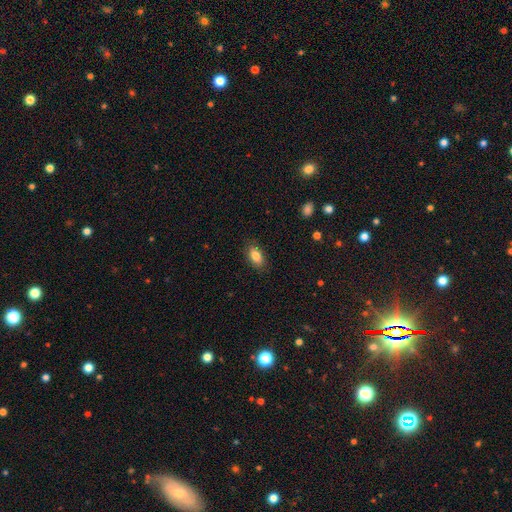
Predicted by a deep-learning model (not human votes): smooth-or-featured: smooth: 84% | featured or disk: 8% | star or artifact: 8%
  how-rounded: in between: 89% | round: 6% | cigar-shaped: 5%
  merging: none: 86% | minor disturbance: 10% | major disturbance: 2% | merger: 1%